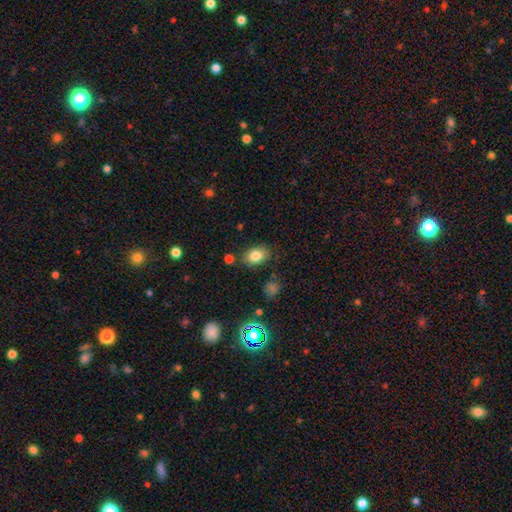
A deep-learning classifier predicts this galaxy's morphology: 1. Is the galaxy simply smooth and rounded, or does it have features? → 80% smooth, 10% star or artifact, 9% featured or disk.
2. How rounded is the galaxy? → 80% in between, 19% round, 1% cigar-shaped.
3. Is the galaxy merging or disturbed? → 80% none, 13% minor disturbance, 4% merger, 3% major disturbance.